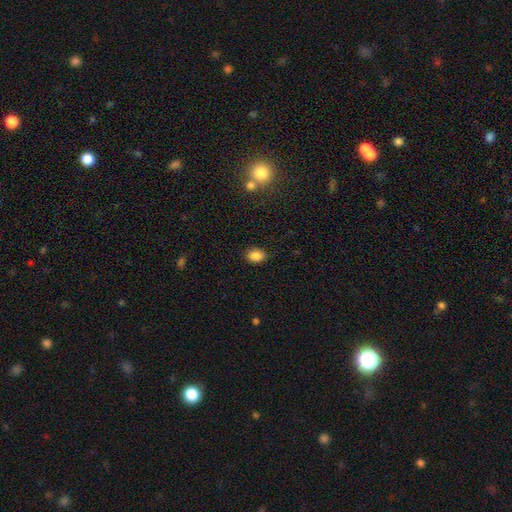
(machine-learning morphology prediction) Smooth or featured?
  - smooth: 86% *
  - star or artifact: 10%
  - featured or disk: 4%
How rounded?
  - in between: 75% *
  - round: 24%
  - cigar-shaped: 1%
Merging?
  - none: 83% *
  - minor disturbance: 13%
  - major disturbance: 3%
  - merger: 1%